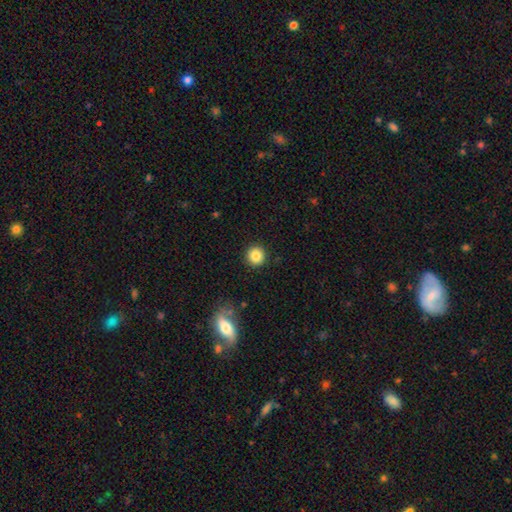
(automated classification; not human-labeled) Smooth or featured? Predicted: smooth (p=0.85). How rounded? Predicted: round (p=0.93). Merging? Predicted: none (p=0.91).